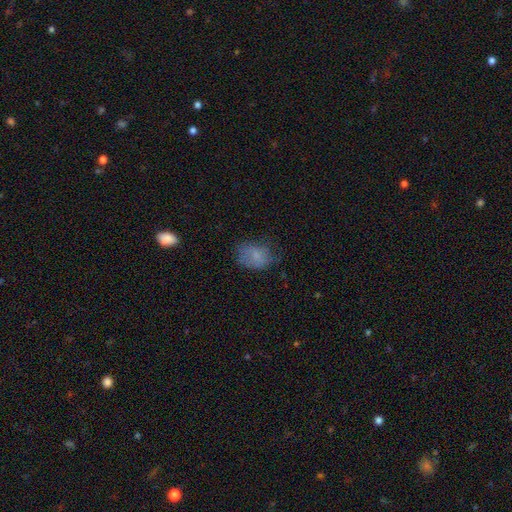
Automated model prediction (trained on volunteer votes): This is likely a smooth galaxy (74%). How rounded: likely in between (76%). Merging: possibly none (54%).